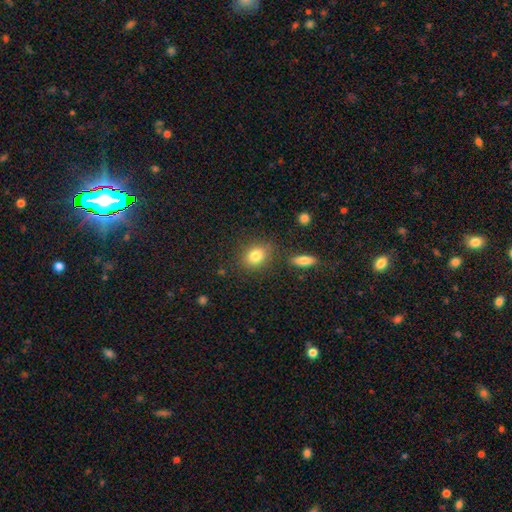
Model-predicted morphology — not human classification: smooth 83%, star or artifact 10%, featured or disk 8%. Down the decision tree: how rounded — in between (55%); merging — none (81%).